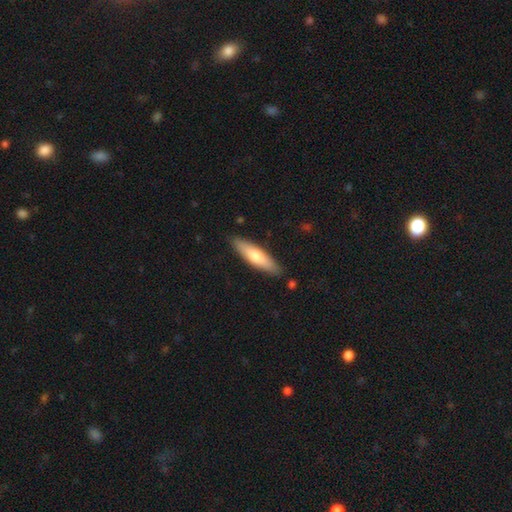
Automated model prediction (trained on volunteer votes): The model was most divided on "smooth or featured": smooth: 64%, featured or disk: 30%, star or artifact: 5%. More confident: merging — none (87%); how rounded — cigar-shaped (71%).